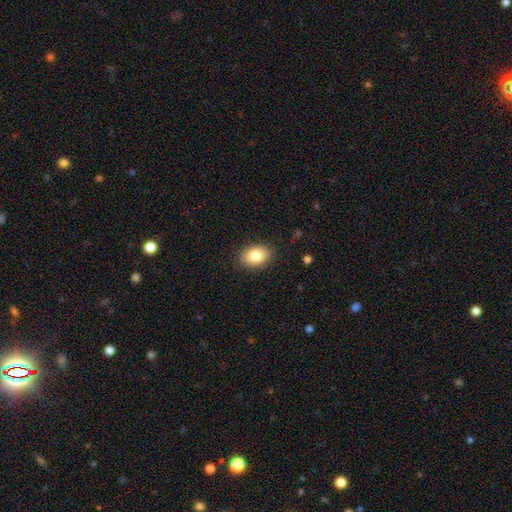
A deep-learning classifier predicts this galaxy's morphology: A smooth galaxy with no disk features (83%) that is in between round and cigar-shaped (83%).

Vote fractions:
- Smooth or featured? smooth: 83% / featured or disk: 9% / star or artifact: 8%
- How rounded? in between: 83% / round: 16% / cigar-shaped: 1%
- Merging? none: 88% / minor disturbance: 9% / major disturbance: 2% / merger: 1%